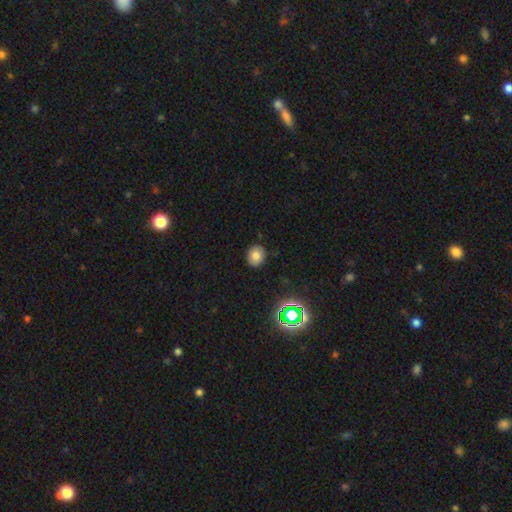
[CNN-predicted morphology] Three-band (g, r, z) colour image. It shows a smooth galaxy with no disk features (77%) that is round (64%). Merging: none (87%).